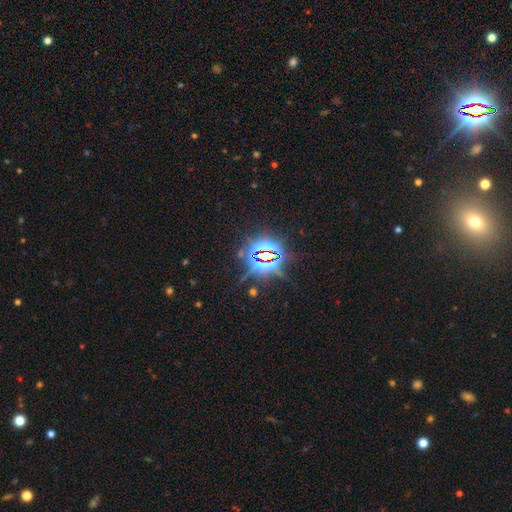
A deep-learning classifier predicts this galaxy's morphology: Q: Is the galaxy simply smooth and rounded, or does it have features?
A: star or artifact — 85%.